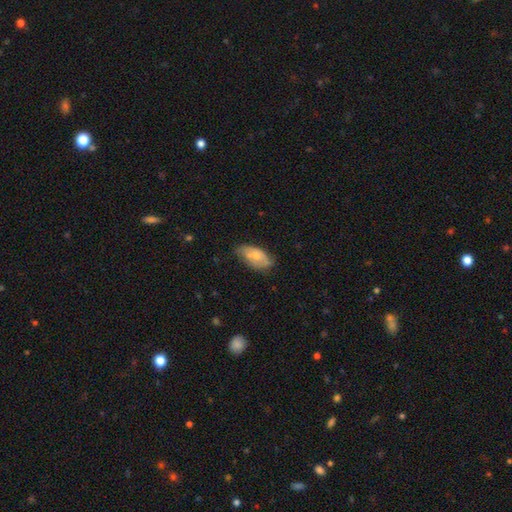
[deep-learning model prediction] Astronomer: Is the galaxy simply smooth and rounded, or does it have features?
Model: smooth — 59% (runner-up: featured or disk, 35%).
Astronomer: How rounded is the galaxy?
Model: in between — 92%.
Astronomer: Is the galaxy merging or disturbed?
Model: none — 61%.